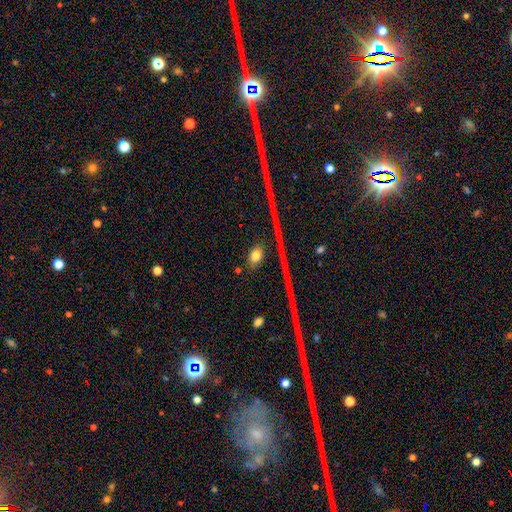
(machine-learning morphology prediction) The model was most divided on "how rounded": in between: 69%, round: 28%, cigar-shaped: 3%. More confident: merging — none (82%); smooth or featured — smooth (71%).